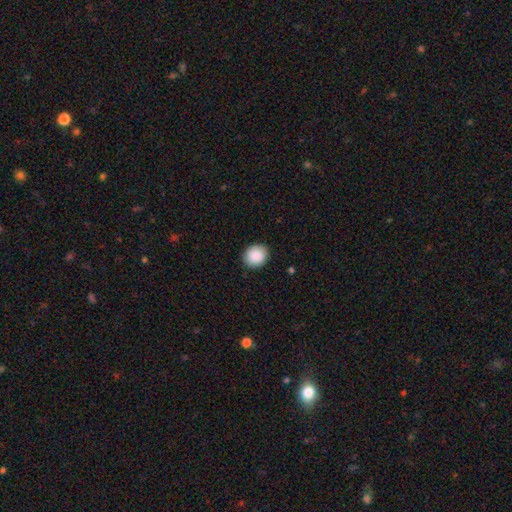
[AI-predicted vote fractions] smooth_or_featured: smooth (p=0.90) [alt: star or artifact p=0.07]
how_rounded: round (p=0.74) [alt: in between p=0.25]
merging: none (p=0.90) [alt: minor disturbance p=0.08]